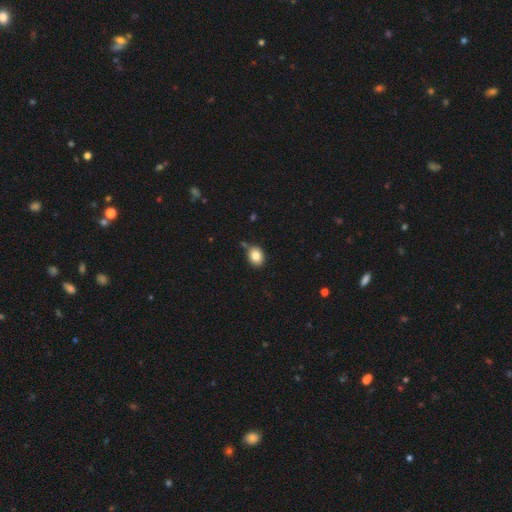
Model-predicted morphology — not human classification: The model was most divided on "how rounded": in between: 59%, round: 40%, cigar-shaped: 1%. More confident: smooth or featured — smooth (84%); merging — none (76%).